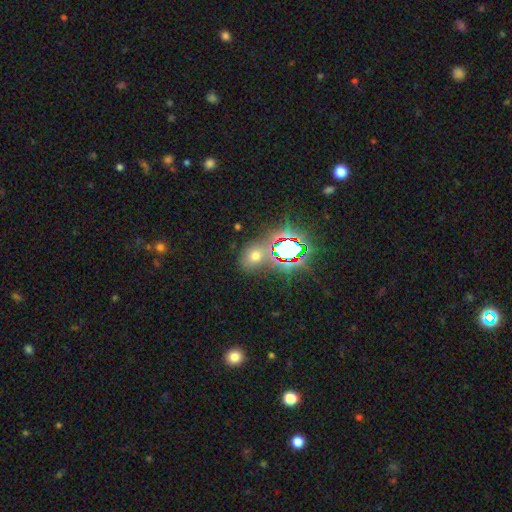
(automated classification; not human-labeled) Smooth or featured? Predicted: smooth (p=0.52). How rounded? Predicted: in between (p=0.59). Merging? Predicted: none (p=0.69).